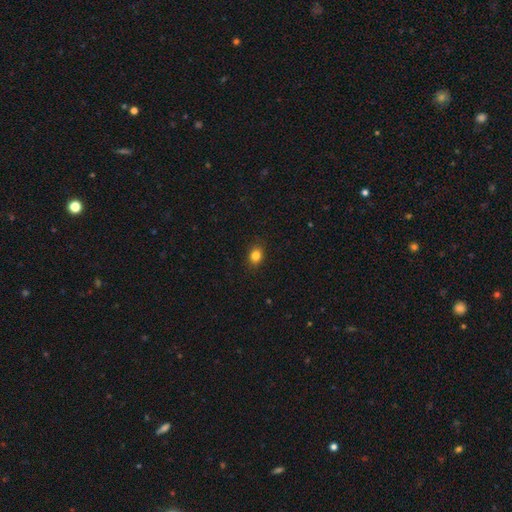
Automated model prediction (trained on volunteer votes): A smooth galaxy with no disk features (83%) that is in between round and cigar-shaped (52%).

Vote fractions:
- Smooth or featured? smooth: 83% / star or artifact: 11% / featured or disk: 6%
- How rounded? in between: 52% / round: 47% / cigar-shaped: 1%
- Merging? none: 89% / minor disturbance: 8% / major disturbance: 2% / merger: 1%